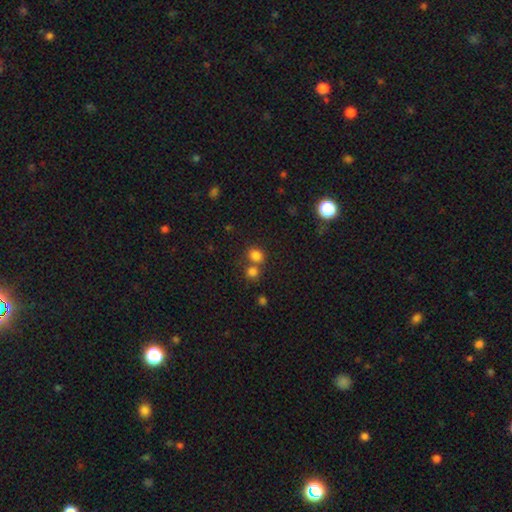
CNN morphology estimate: Smooth or featured? smooth (79%)
How rounded? round (64%)
Merging? none (52%)